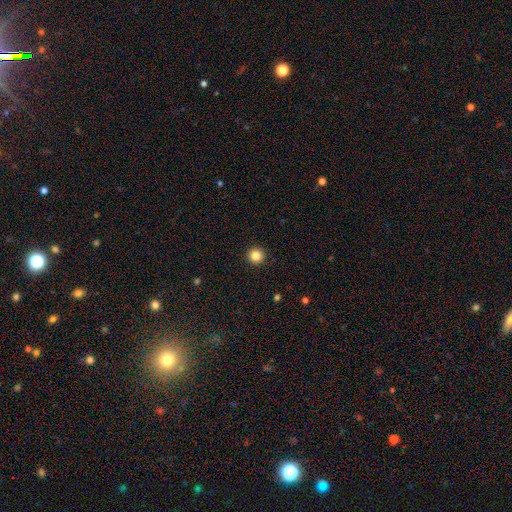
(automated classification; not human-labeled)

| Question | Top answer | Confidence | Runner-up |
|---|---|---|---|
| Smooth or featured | smooth | 84% | star or artifact (11%) |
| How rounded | round | 95% | in between (4%) |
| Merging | none | 93% | minor disturbance (5%) |